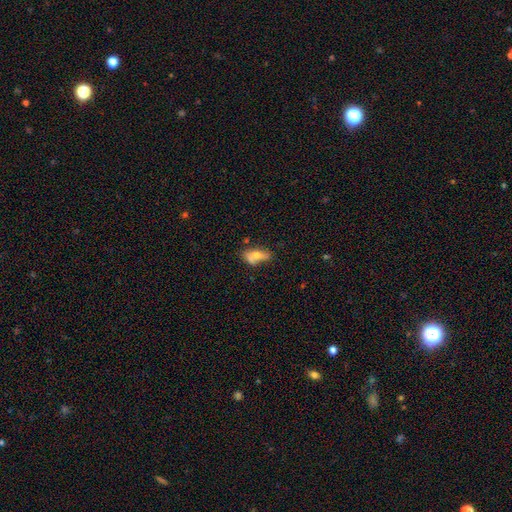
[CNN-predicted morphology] This is possibly a smooth galaxy (59%). How rounded: likely in between (75%). Merging: marginally none (42%).